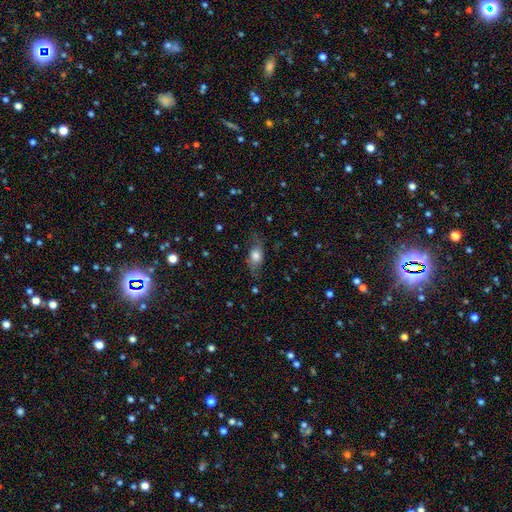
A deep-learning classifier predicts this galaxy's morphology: A smooth galaxy with no disk features (60%) that is in between round and cigar-shaped (72%). Merging: none (67%).